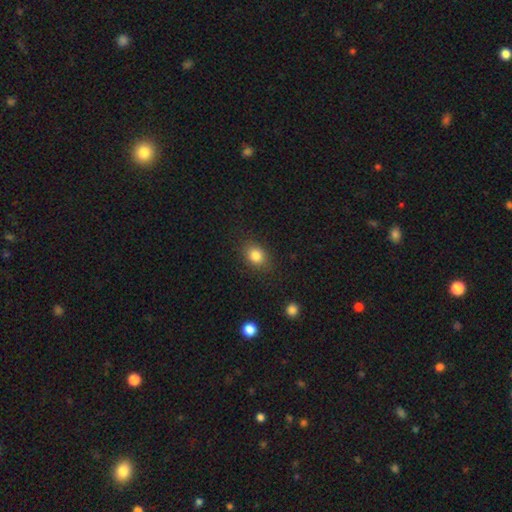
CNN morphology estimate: Smooth or featured?
  - smooth: 83% *
  - star or artifact: 10%
  - featured or disk: 7%
How rounded?
  - in between: 58% *
  - round: 41%
  - cigar-shaped: 1%
Merging?
  - none: 84% *
  - minor disturbance: 11%
  - major disturbance: 4%
  - merger: 1%